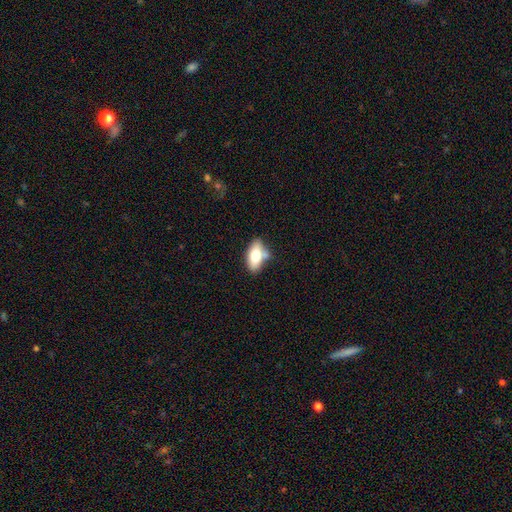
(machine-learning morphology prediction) Smooth or featured?
  - smooth: 72% *
  - featured or disk: 21%
  - star or artifact: 7%
How rounded?
  - in between: 90% *
  - cigar-shaped: 5%
  - round: 5%
Merging?
  - none: 58% *
  - minor disturbance: 18%
  - merger: 18%
  - major disturbance: 5%